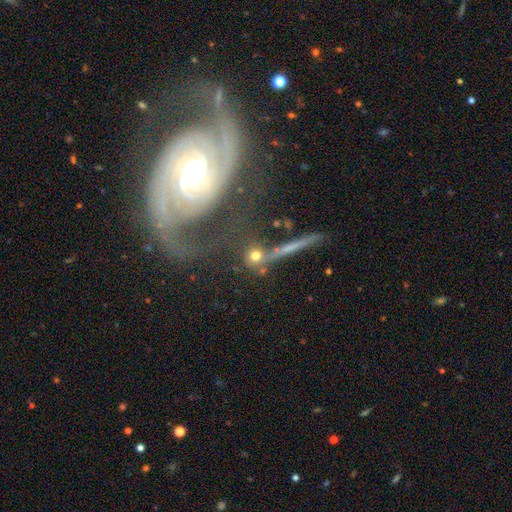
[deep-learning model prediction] This is likely a smooth galaxy (67%). How rounded: clearly round (85%). Merging: likely none (66%).